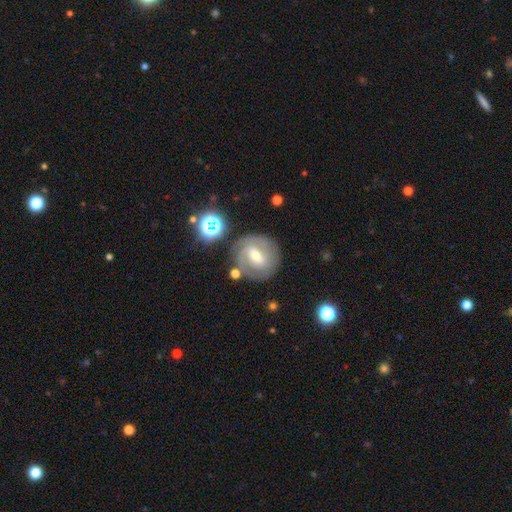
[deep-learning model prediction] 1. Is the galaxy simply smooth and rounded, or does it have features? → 77% featured or disk, 15% smooth, 8% star or artifact.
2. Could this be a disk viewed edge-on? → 97% no, 3% yes.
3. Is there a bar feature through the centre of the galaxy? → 51% weak, 33% strong, 17% no.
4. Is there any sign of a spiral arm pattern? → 92% yes, 8% no.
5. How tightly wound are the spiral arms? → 61% tight, 32% medium, 8% loose.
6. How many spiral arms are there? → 58% 2, 20% can't tell, 13% 3, 4% 1, 3% 4, 2% more than 4.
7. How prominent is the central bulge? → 54% moderate, 41% small, 3% large, 1% none, 1% dominant.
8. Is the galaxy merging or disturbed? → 77% none, 13% minor disturbance, 5% major disturbance, 5% merger.